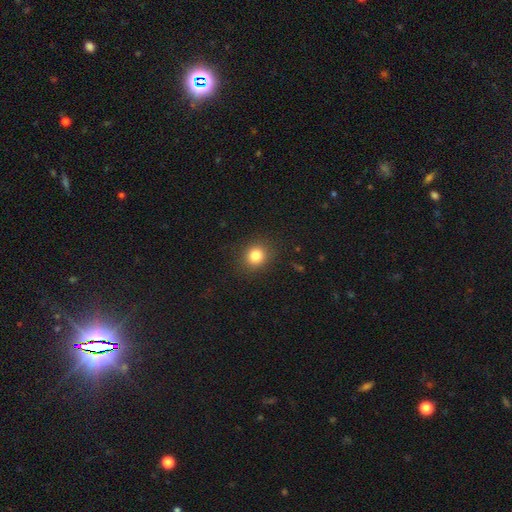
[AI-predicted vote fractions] Smooth or featured? smooth (83%)
How rounded? round (81%)
Merging? none (87%)